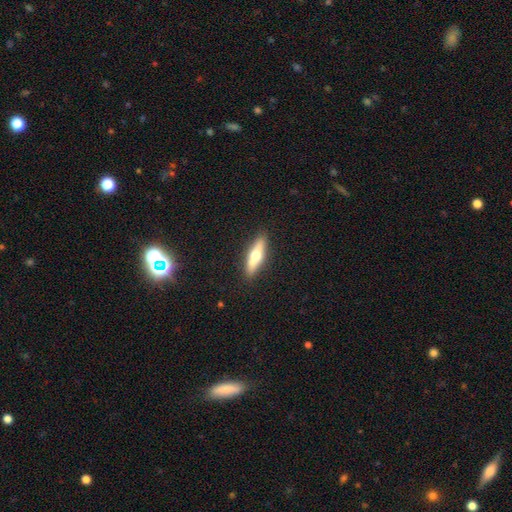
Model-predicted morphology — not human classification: Smooth or featured? Predicted: smooth (p=0.48). Merging? Predicted: none (p=0.88).